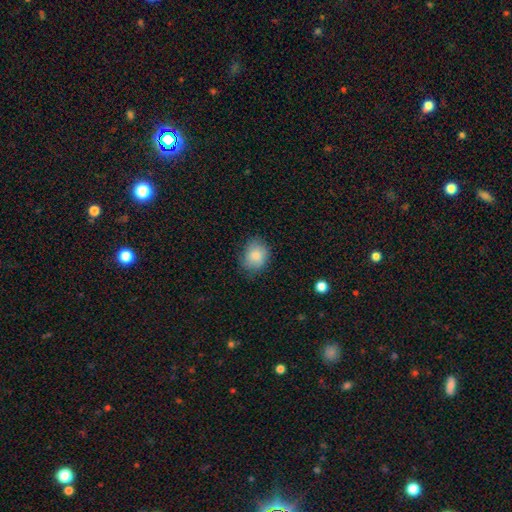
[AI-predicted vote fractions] The model was most divided on "how rounded": round: 50%, in between: 49%, cigar-shaped: 1%. More confident: smooth or featured — smooth (84%); merging — none (76%).